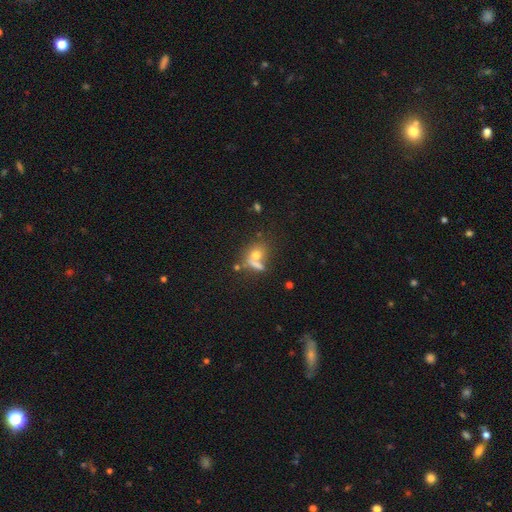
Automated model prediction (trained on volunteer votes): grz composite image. It shows a smooth galaxy with no disk features (65%) that is round (54%). Merging: none (42%).